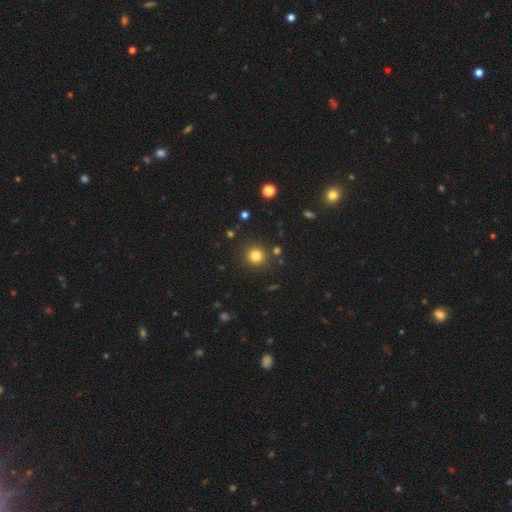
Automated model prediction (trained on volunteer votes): Morphology: type=smooth (81%); roundness=round (92%); merging=none (87%).